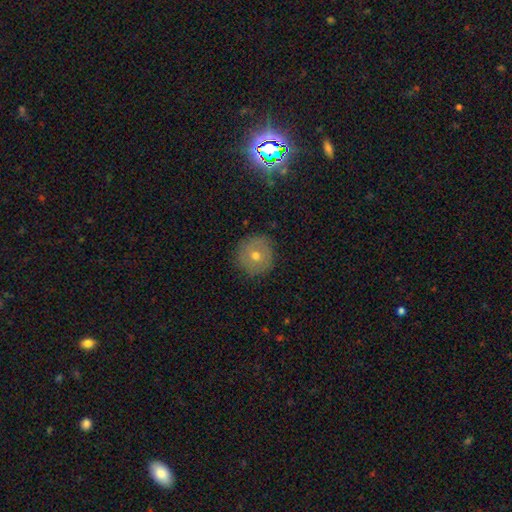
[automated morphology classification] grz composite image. It shows a smooth galaxy with no disk features (49%). Merging: none (87%).